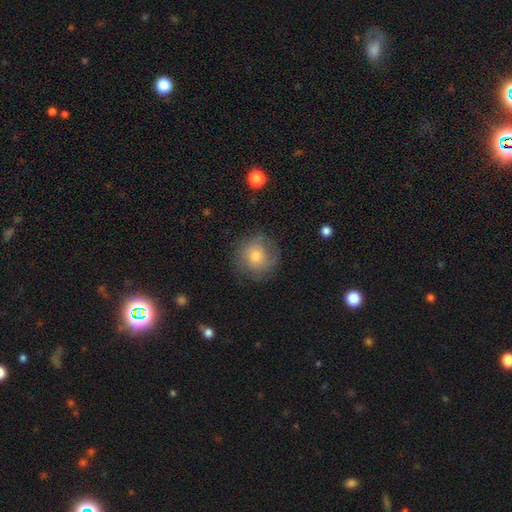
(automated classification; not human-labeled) A smooth galaxy with no disk features (65%) that is round (92%).

Vote fractions:
- Smooth or featured? smooth: 65% / featured or disk: 25% / star or artifact: 10%
- How rounded? round: 92% / in between: 7% / cigar-shaped: 1%
- Merging? none: 76% / minor disturbance: 16% / major disturbance: 7% / merger: 1%